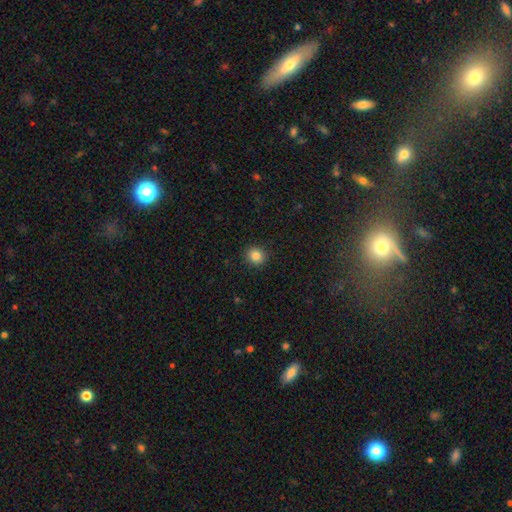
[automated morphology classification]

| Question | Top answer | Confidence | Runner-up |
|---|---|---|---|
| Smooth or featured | smooth | 84% | star or artifact (11%) |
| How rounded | round | 85% | in between (14%) |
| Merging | none | 91% | minor disturbance (6%) |